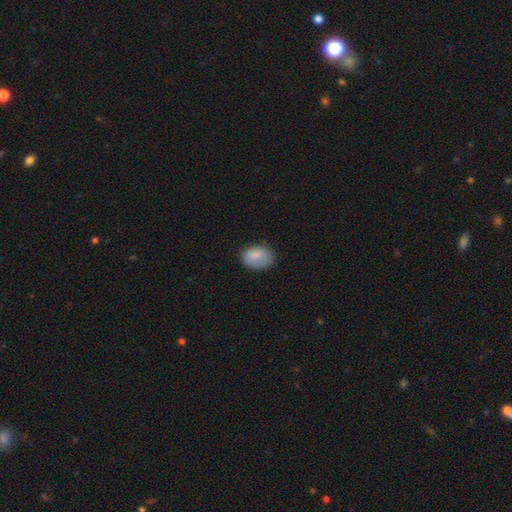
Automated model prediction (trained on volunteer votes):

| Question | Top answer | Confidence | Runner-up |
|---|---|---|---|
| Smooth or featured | smooth | 83% | featured or disk (10%) |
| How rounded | in between | 75% | round (24%) |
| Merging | none | 66% | minor disturbance (25%) |